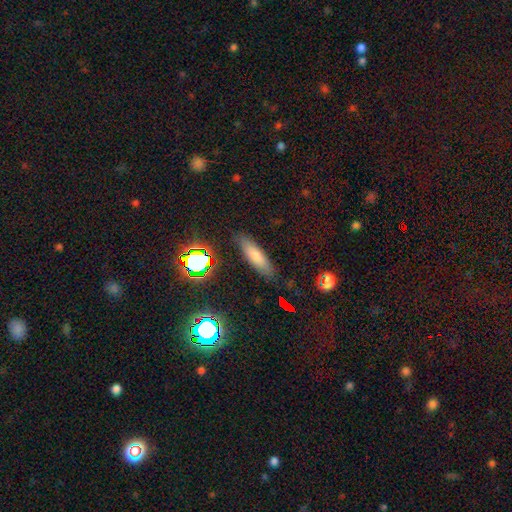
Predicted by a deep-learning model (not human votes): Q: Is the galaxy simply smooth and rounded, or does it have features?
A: smooth — 72%.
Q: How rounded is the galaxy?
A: cigar-shaped — 52%.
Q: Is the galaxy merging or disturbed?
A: none — 82%.